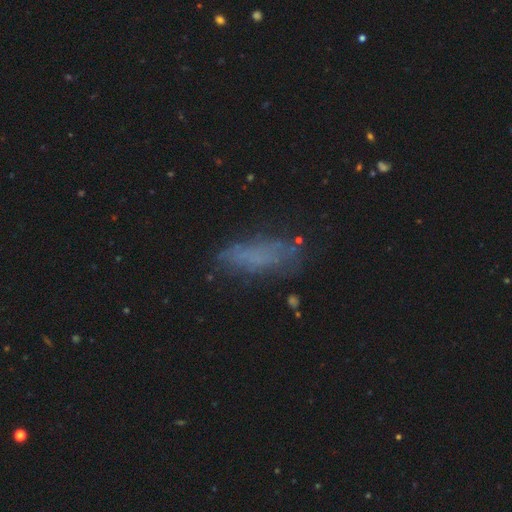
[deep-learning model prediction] The model was most divided on "how rounded": in between: 55%, cigar-shaped: 42%, round: 3%. More confident: merging — none (65%); smooth or featured — smooth (61%).